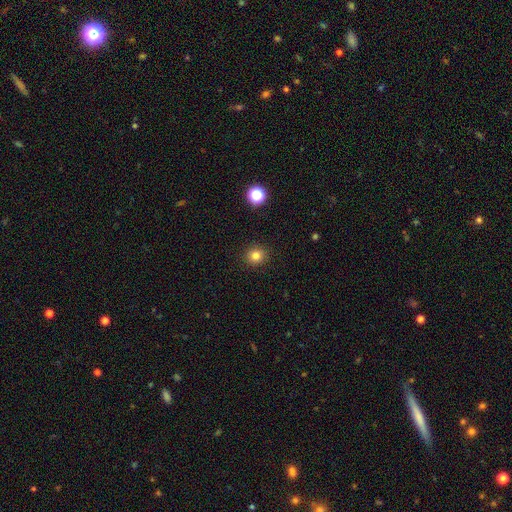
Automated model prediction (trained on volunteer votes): Smooth or featured? Predicted: smooth (p=0.81). How rounded? Predicted: round (p=0.90). Merging? Predicted: none (p=0.91).